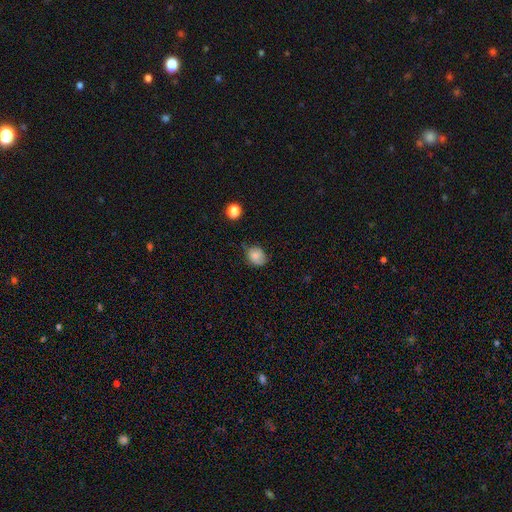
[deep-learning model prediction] The model was most divided on "how rounded": round: 57%, in between: 42%, cigar-shaped: 1%. More confident: smooth or featured — smooth (79%); merging — none (57%).